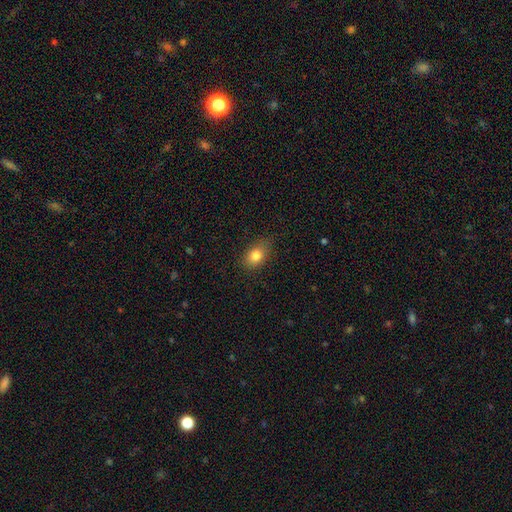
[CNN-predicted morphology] Smooth or featured: smooth — 81% (star or artifact — 10%)
How rounded: in between — 76% (round — 22%)
Merging: none — 79% (minor disturbance — 16%)